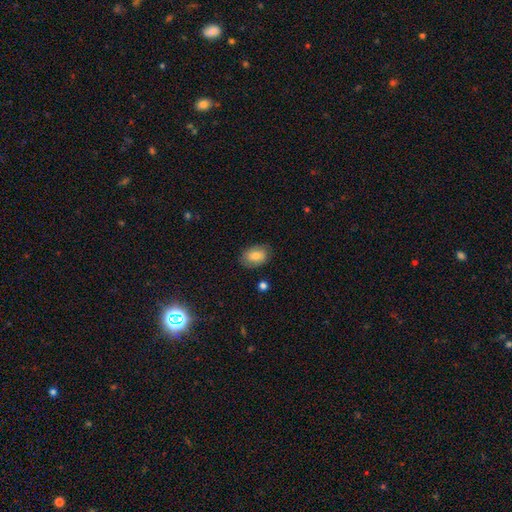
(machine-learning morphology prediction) A smooth galaxy with no disk features (78%) that is in between round and cigar-shaped (81%). Merging: none (81%).